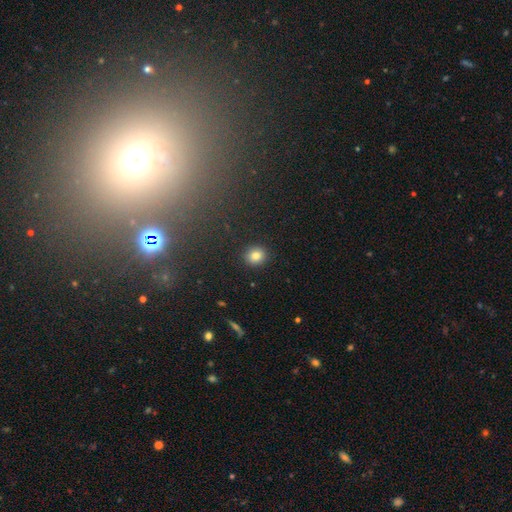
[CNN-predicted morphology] The model was most divided on "how rounded": round: 78%, in between: 21%, cigar-shaped: 1%. More confident: merging — none (90%); smooth or featured — smooth (82%).